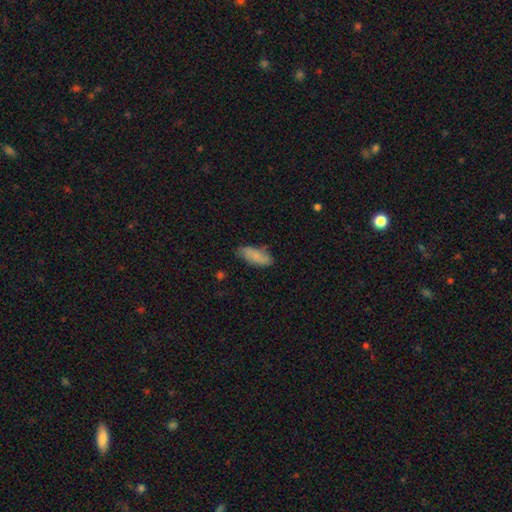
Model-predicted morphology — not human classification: A smooth galaxy with no disk features (79%) that is in between round and cigar-shaped (78%). Merging: none (72%).